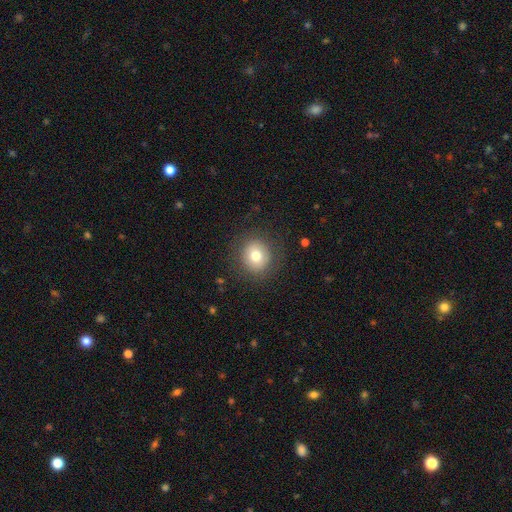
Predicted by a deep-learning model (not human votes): Smooth or featured: smooth — 75% (featured or disk — 14%)
How rounded: round — 87% (in between — 12%)
Merging: none — 86% (minor disturbance — 9%)